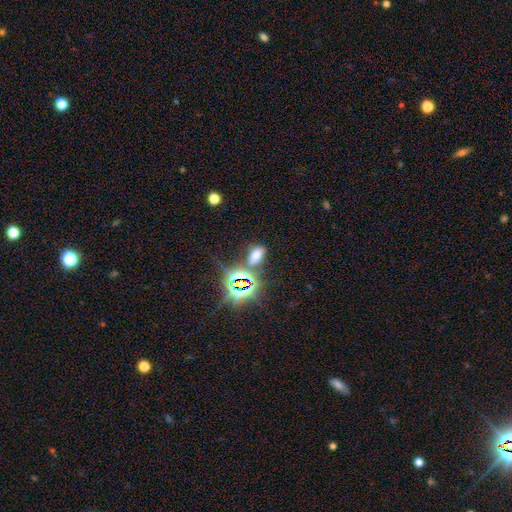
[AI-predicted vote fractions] smooth-or-featured: smooth: 52% | star or artifact: 39% | featured or disk: 9%
  how-rounded: in between: 88% | round: 7% | cigar-shaped: 5%
  merging: none: 67% | minor disturbance: 15% | merger: 12% | major disturbance: 7%